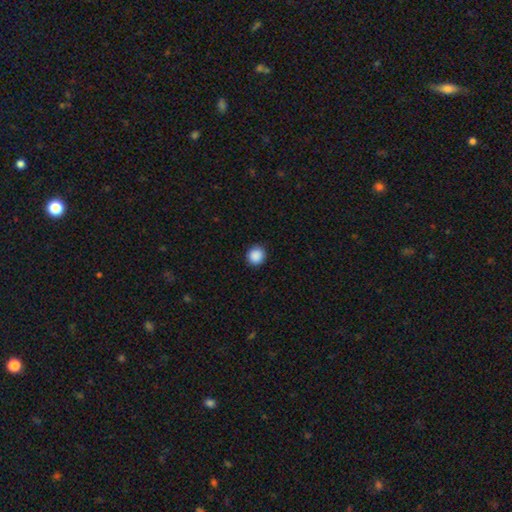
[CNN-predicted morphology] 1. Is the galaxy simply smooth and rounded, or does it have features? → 89% smooth, 9% star or artifact, 2% featured or disk.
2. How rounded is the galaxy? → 90% round, 9% in between, 1% cigar-shaped.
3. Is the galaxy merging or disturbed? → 91% none, 6% minor disturbance, 2% major disturbance, 1% merger.